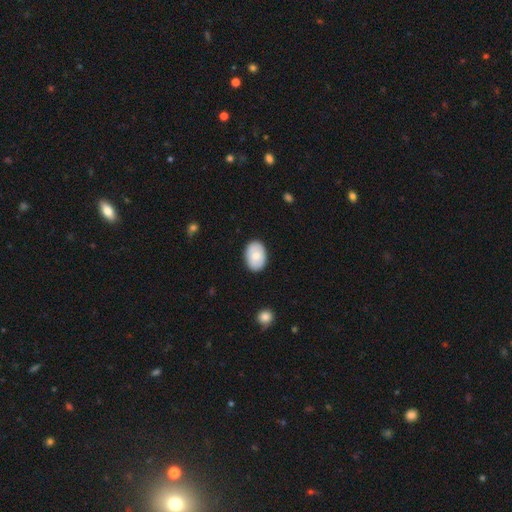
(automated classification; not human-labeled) Smooth or featured? Predicted: smooth (p=0.74). How rounded? Predicted: in between (p=0.85). Merging? Predicted: none (p=0.87).